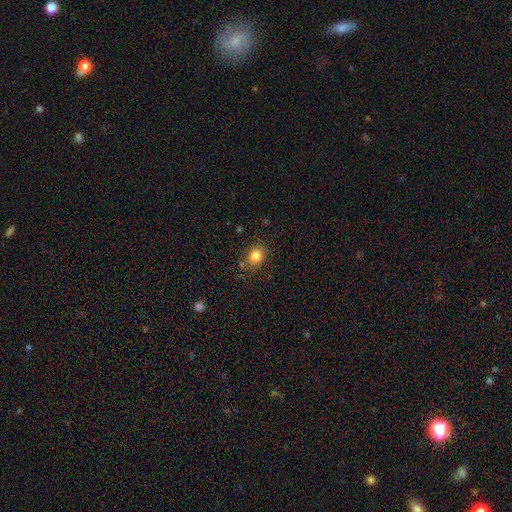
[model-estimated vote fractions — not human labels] smooth 83%, star or artifact 11%, featured or disk 6%. Down the decision tree: how rounded — round (63%); merging — none (78%).